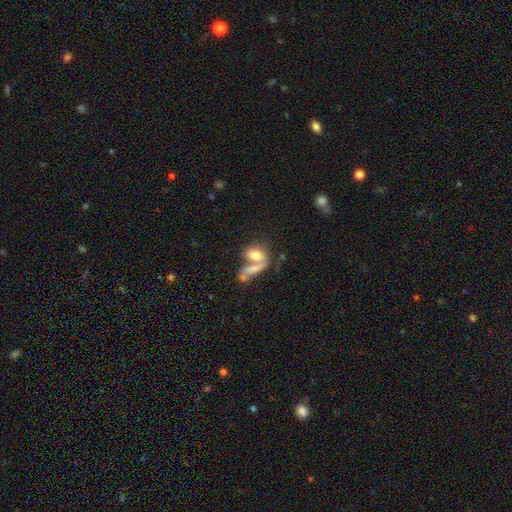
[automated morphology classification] smooth 72%, featured or disk 20%, star or artifact 9%. Down the decision tree: how rounded — in between (76%); merging — merger (56%).